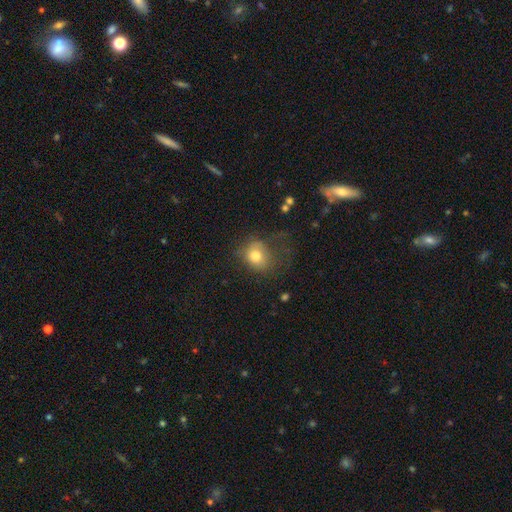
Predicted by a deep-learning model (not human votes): smooth 75%, featured or disk 15%, star or artifact 10%. Down the decision tree: how rounded — round (58%); merging — none (43%).